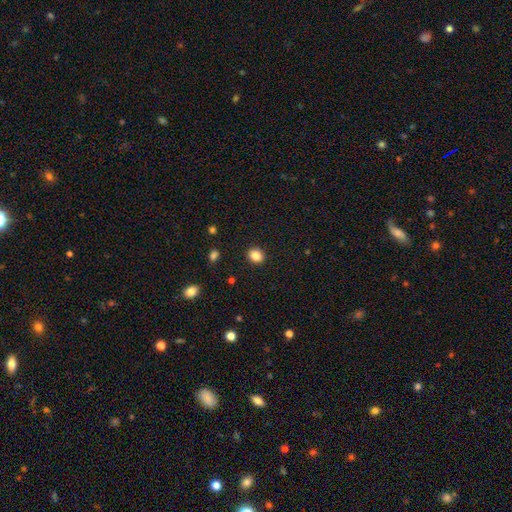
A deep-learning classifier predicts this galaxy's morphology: This appears to be a smooth galaxy with no disk features (84%) that is round (68%). Merging: none (91%).